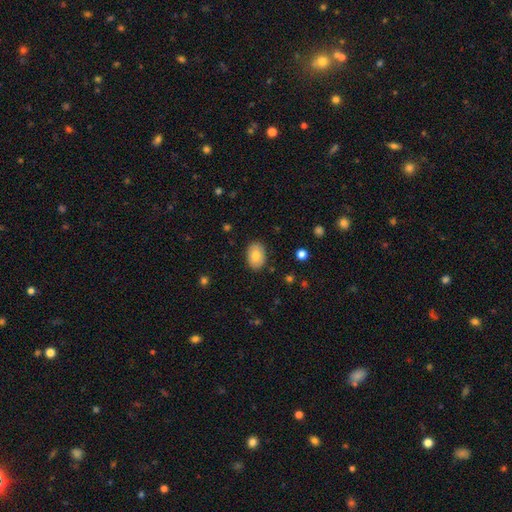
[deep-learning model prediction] A smooth galaxy with no disk features (80%) that is in between round and cigar-shaped (84%). Merging: none (87%).